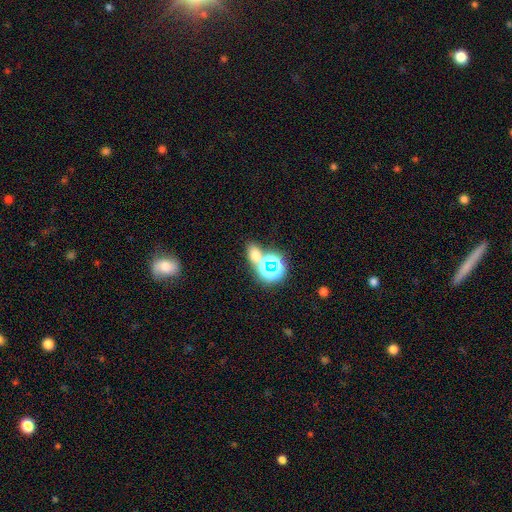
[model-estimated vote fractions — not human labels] Q: Smooth or featured?
A: smooth (55%); runner-up: star or artifact (36%)
Q: How rounded?
A: in between (58%); runner-up: round (40%)
Q: Merging?
A: none (61%); runner-up: merger (25%)